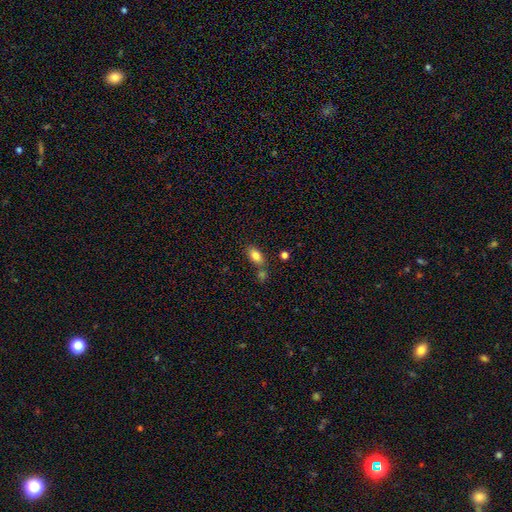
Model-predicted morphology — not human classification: smooth_or_featured: smooth (p=0.82) [alt: featured or disk p=0.09]
how_rounded: in between (p=0.88) [alt: cigar-shaped p=0.06]
merging: none (p=0.66) [alt: merger p=0.19]